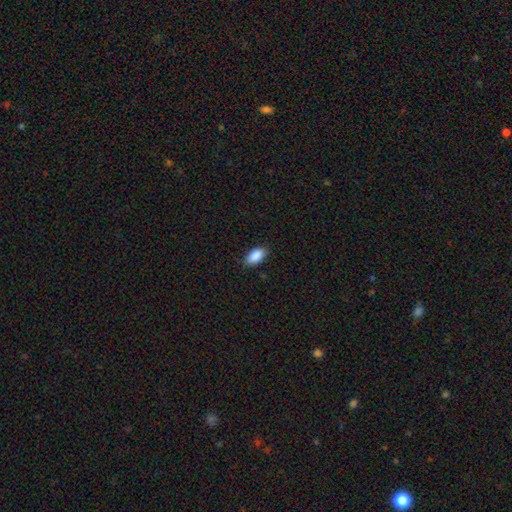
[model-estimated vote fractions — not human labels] The model was most divided on "merging": none: 82%, minor disturbance: 15%, major disturbance: 2%, merger: 1%. More confident: how rounded — in between (93%); smooth or featured — smooth (90%).